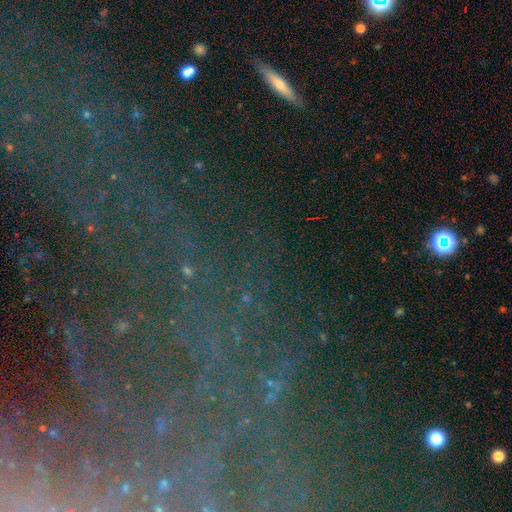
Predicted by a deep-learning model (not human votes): This is possibly a star or artifact rather than a galaxy (52%).